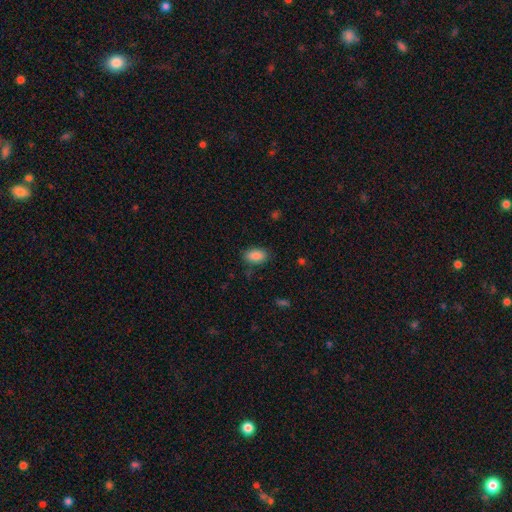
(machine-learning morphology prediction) The model was most divided on "merging": none: 83%, minor disturbance: 12%, major disturbance: 3%, merger: 1%. More confident: how rounded — in between (91%); smooth or featured — smooth (88%).